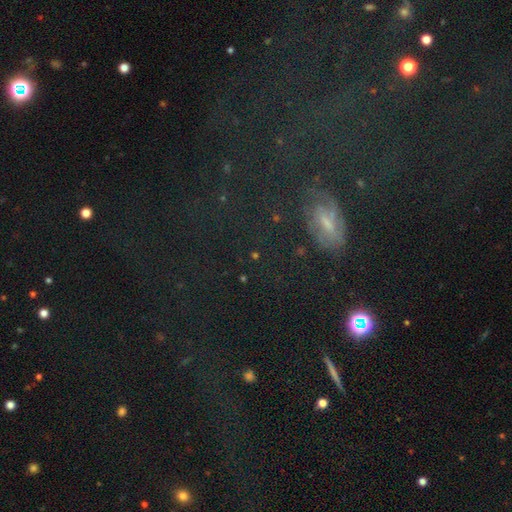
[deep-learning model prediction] The model was most divided on "smooth or featured": star or artifact: 53%, smooth: 28%, featured or disk: 20%.